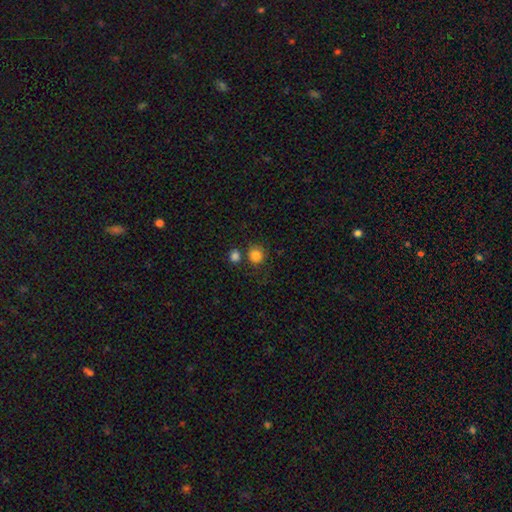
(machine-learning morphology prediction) A smooth galaxy with no disk features (84%) that is round (90%). Merging: none (72%).